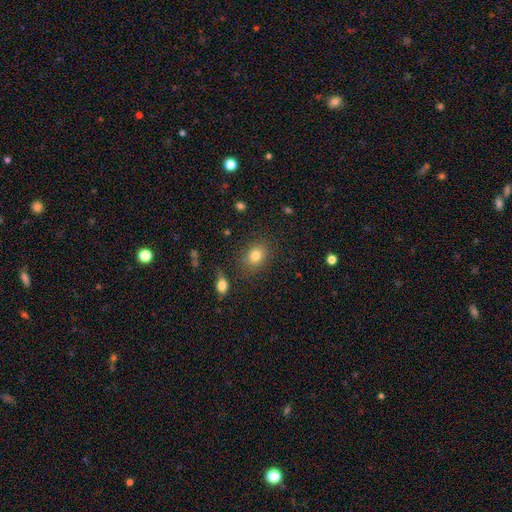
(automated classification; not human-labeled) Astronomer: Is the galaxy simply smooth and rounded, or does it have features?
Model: smooth — 80%.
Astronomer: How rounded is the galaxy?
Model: round — 53% (runner-up: in between, 46%).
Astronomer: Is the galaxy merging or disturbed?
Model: none — 80%.